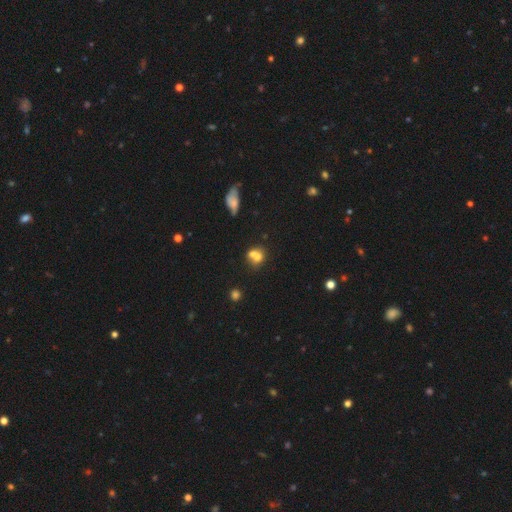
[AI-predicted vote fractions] Q: Smooth or featured?
A: smooth (66%); runner-up: featured or disk (22%)
Q: How rounded?
A: round (66%); runner-up: in between (32%)
Q: Merging?
A: merger (61%); runner-up: none (27%)